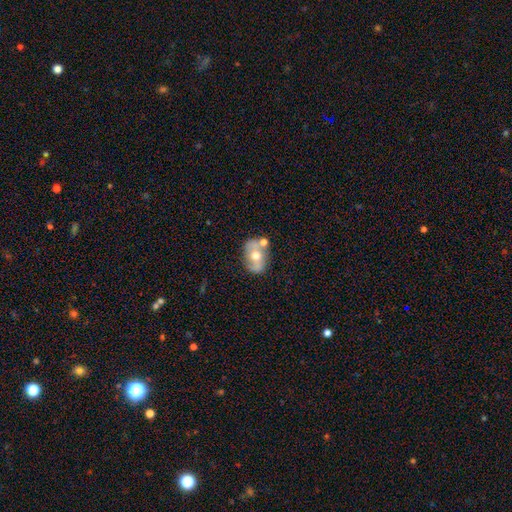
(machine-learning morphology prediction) A featured or disk galaxy (58%) with no bar (58%), no spiral arms (52%) and a moderate central bulge (78%).

Vote fractions:
- Smooth or featured? featured or disk: 58% / smooth: 34% / star or artifact: 8%
- Edge-on disk? no: 93% / yes: 7%
- Bar? no: 58% / weak: 25% / strong: 17%
- Spiral arms? no: 52% / yes: 48%
- Bulge size? moderate: 78% / small: 14% / large: 6% / none: 1% / dominant: 1%
- Merging? none: 62% / minor disturbance: 17% / merger: 15% / major disturbance: 5%